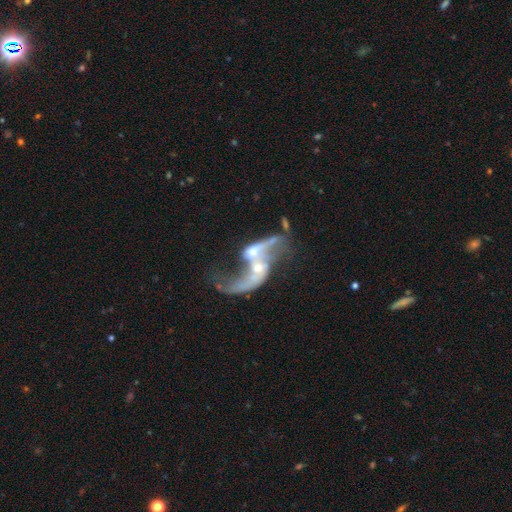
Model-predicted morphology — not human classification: A featured or disk galaxy (81%) with no bar (60%), 2 (80%) loose (87%) spiral arms (78%) and a small central bulge (44%). Merging: merger (60%).